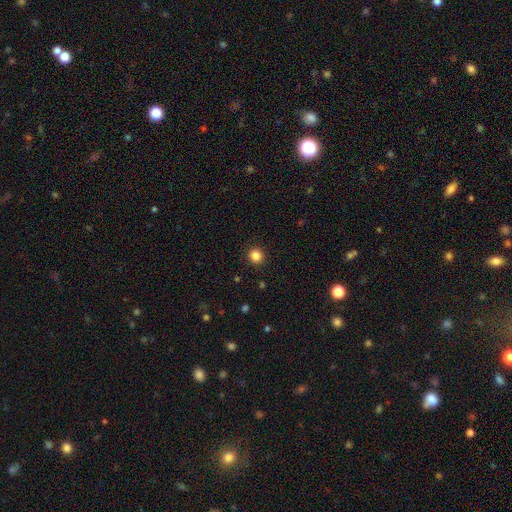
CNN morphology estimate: The model was most divided on "smooth or featured": smooth: 84%, star or artifact: 12%, featured or disk: 4%. More confident: how rounded — round (94%); merging — none (92%).